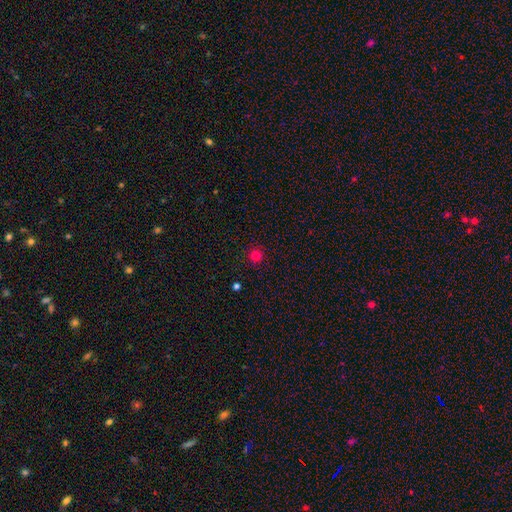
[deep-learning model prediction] smooth_or_featured: smooth (p=0.79) [alt: star or artifact p=0.17]
how_rounded: round (p=0.96) [alt: in between p=0.03]
merging: none (p=0.92) [alt: minor disturbance p=0.05]